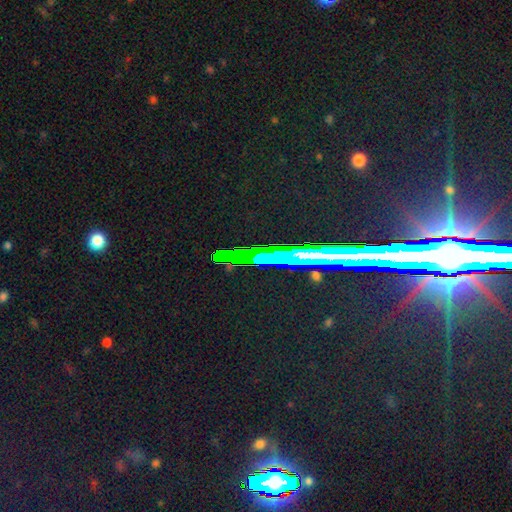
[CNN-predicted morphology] This is likely a star or artifact rather than a galaxy (67%).